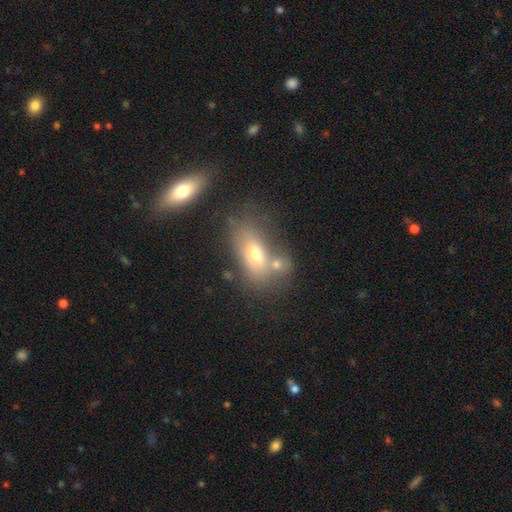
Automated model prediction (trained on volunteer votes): Smooth or featured? smooth (62%)
How rounded? in between (81%)
Merging? none (44%)